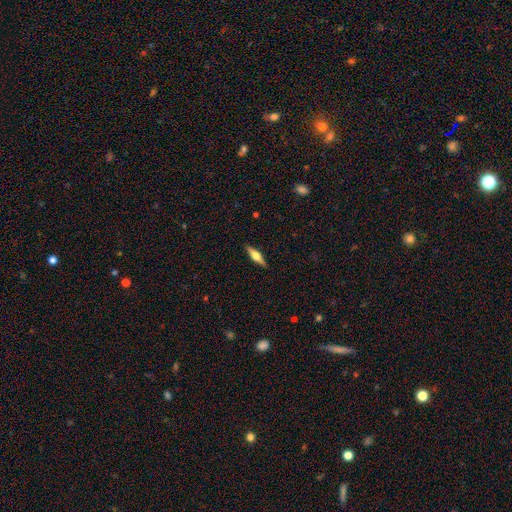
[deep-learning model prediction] Smooth or featured: featured or disk — 60% (smooth — 34%)
Edge-on disk: yes — 96% (no — 4%)
Edge-on bulge: rounded — 91% (boxy — 6%)
Merging: none — 90% (minor disturbance — 8%)